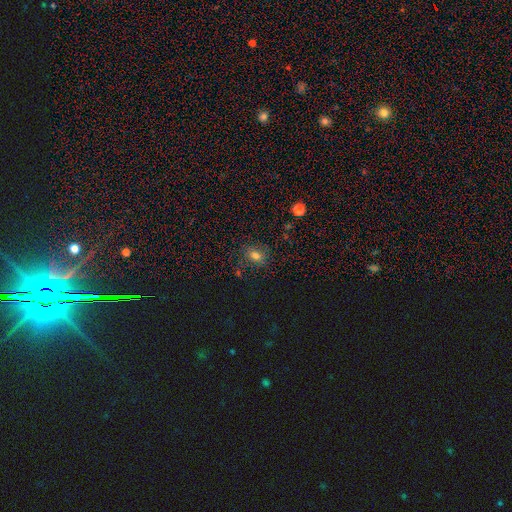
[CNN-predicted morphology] Smooth or featured: smooth — 71% (star or artifact — 20%)
How rounded: in between — 56% (round — 42%)
Merging: none — 79% (minor disturbance — 14%)